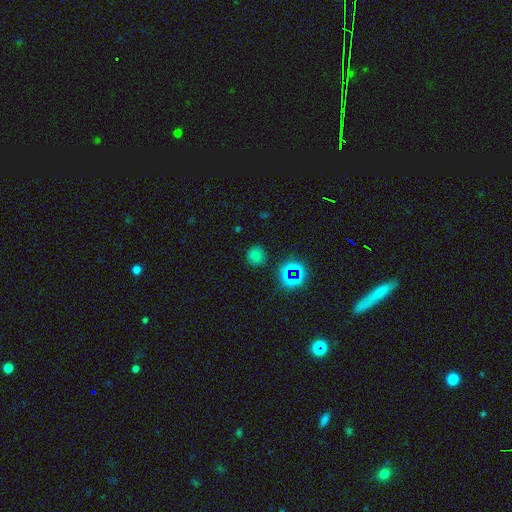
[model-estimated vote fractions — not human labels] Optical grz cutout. It shows a smooth galaxy with no disk features (67%) that is round (86%). Merging: none (84%).